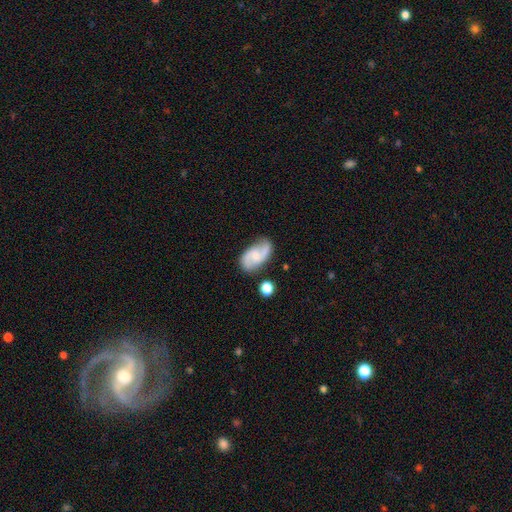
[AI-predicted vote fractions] smooth_or_featured: featured or disk (p=0.75) [alt: smooth p=0.19]
disk_edge_on: no (p=0.97) [alt: yes p=0.03]
bar: no (p=0.45) [tied with: weak p=0.45]
has_spiral_arms: yes (p=0.95) [alt: no p=0.05]
spiral_winding: medium (p=0.44) [alt: loose p=0.42]
spiral_arm_count: 2 (p=0.91) [alt: can't tell p=0.04]
bulge_size: small (p=0.51) [alt: moderate p=0.29]
merging: none (p=0.73) [alt: minor disturbance p=0.17]